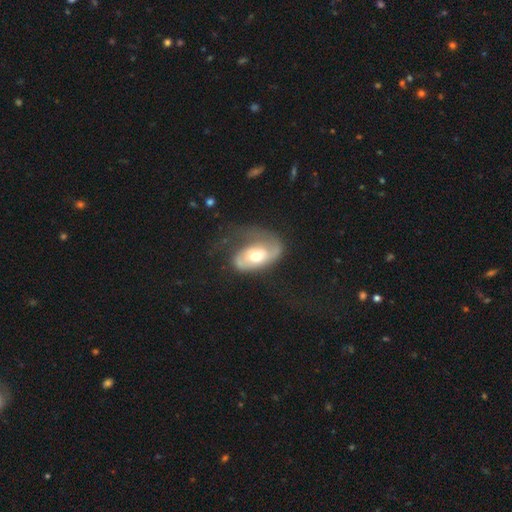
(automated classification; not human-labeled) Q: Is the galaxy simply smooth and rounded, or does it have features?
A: featured or disk — 63%.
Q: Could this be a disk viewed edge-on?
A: no — 94%.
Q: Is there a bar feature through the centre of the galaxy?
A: no — 70%.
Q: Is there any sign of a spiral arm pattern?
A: yes — 75%.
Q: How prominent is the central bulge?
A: moderate — 69%.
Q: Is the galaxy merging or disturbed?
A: major disturbance — 37%.